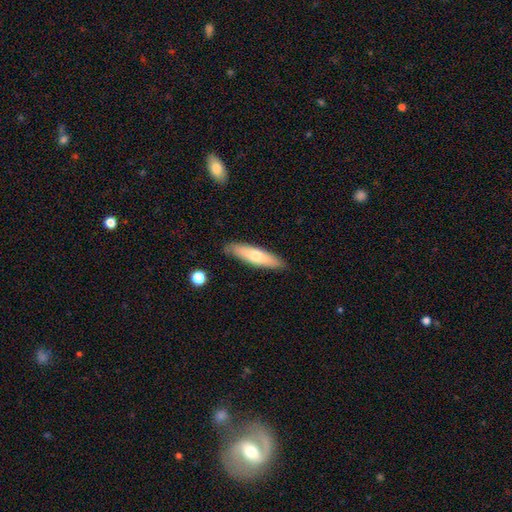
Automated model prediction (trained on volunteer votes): Overall: smooth (62%; featured or disk 32%). How rounded: cigar-shaped (74%). Merging: none (87%).